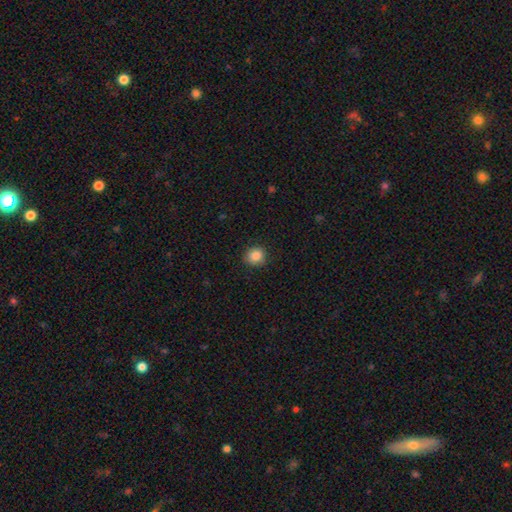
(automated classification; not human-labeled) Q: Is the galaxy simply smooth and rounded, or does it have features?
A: smooth — 86%.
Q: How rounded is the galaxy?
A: round — 86%.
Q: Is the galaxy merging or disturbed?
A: none — 88%.